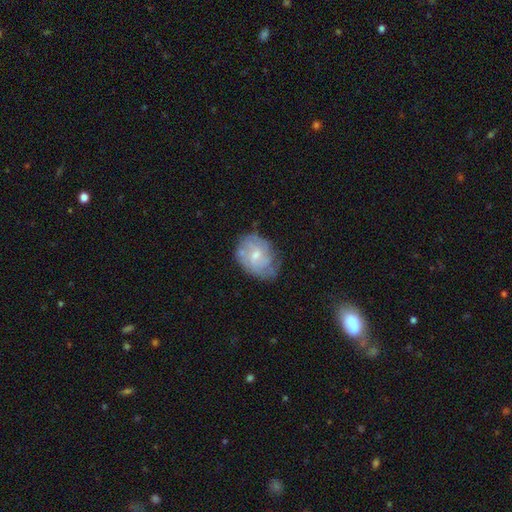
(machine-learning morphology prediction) smooth-or-featured: featured or disk: 58% | smooth: 34% | star or artifact: 7%
  disk-edge-on: no: 97% | yes: 3%
    bar: no: 58% | weak: 37% | strong: 5%
    has-spiral-arms: yes: 68% | no: 32%
    bulge-size: small: 52% | moderate: 40% | none: 5% | large: 2% | dominant: 1%
  merging: none: 55% | minor disturbance: 29% | major disturbance: 12% | merger: 3%